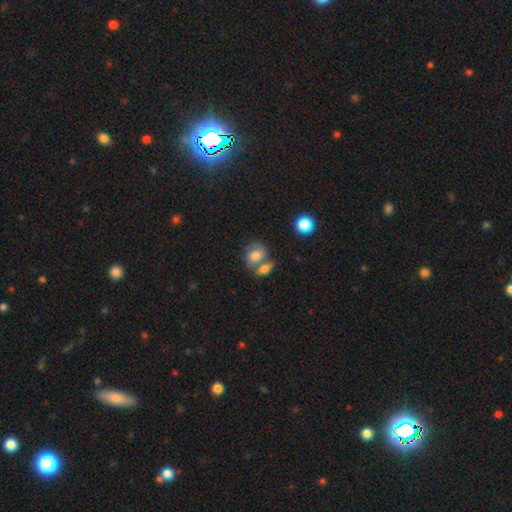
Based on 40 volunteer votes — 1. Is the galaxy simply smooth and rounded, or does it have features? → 75% smooth, 15% featured or disk, 10% star or artifact.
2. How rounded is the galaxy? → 60% round, 40% in between, 0% cigar-shaped.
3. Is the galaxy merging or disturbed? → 47% merger, 33% none, 11% minor disturbance, 8% major disturbance.